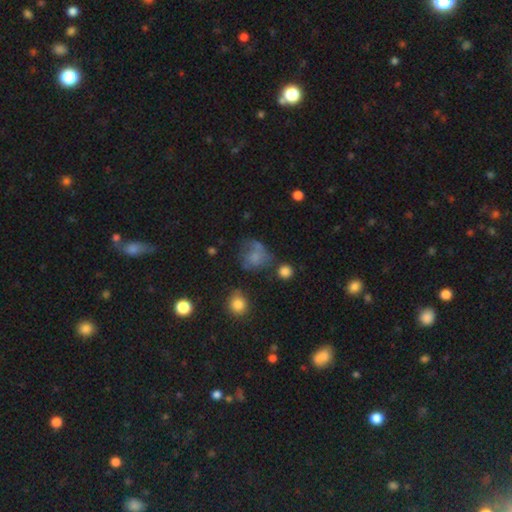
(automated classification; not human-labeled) smooth-or-featured: smooth: 57% | featured or disk: 27% | star or artifact: 16%
  how-rounded: round: 61% | in between: 38% | cigar-shaped: 1%
  merging: none: 35% | major disturbance: 30% | minor disturbance: 23% | merger: 12%